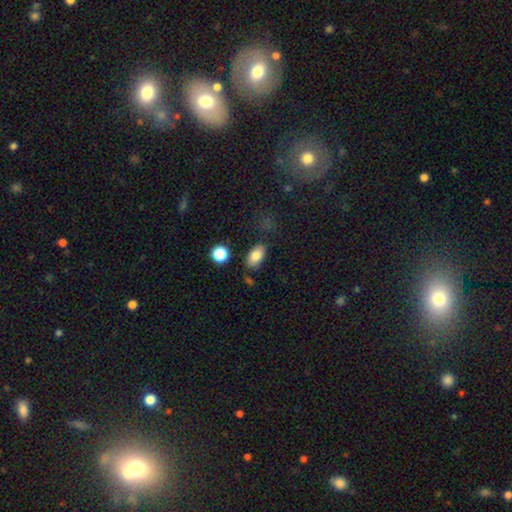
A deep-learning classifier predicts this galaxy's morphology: A smooth galaxy with no disk features (83%) that is in between round and cigar-shaped (90%).

Vote fractions:
- Smooth or featured? smooth: 83% / star or artifact: 9% / featured or disk: 9%
- How rounded? in between: 90% / round: 7% / cigar-shaped: 3%
- Merging? none: 80% / minor disturbance: 13% / merger: 4% / major disturbance: 3%